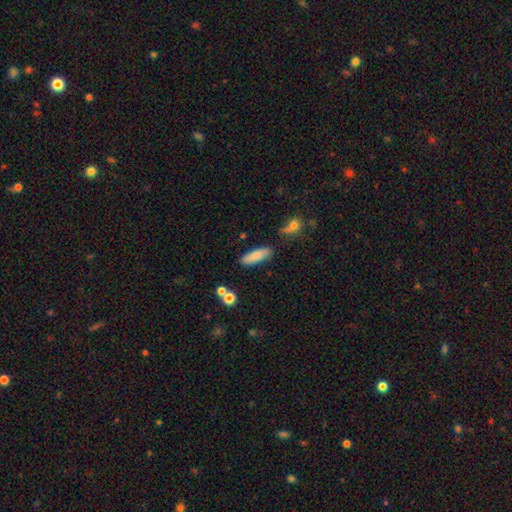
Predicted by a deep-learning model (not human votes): Smooth or featured?
  - smooth: 82% *
  - featured or disk: 11%
  - star or artifact: 7%
How rounded?
  - in between: 54% *
  - cigar-shaped: 44%
  - round: 2%
Merging?
  - none: 80% *
  - minor disturbance: 12%
  - merger: 4%
  - major disturbance: 3%